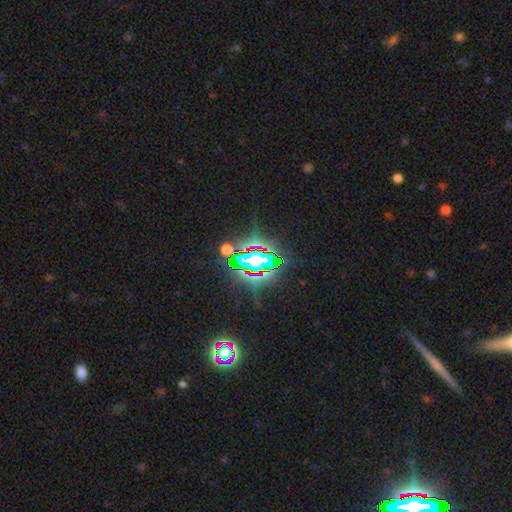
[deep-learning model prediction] Q: Smooth or featured?
A: star or artifact (77%); runner-up: featured or disk (12%)